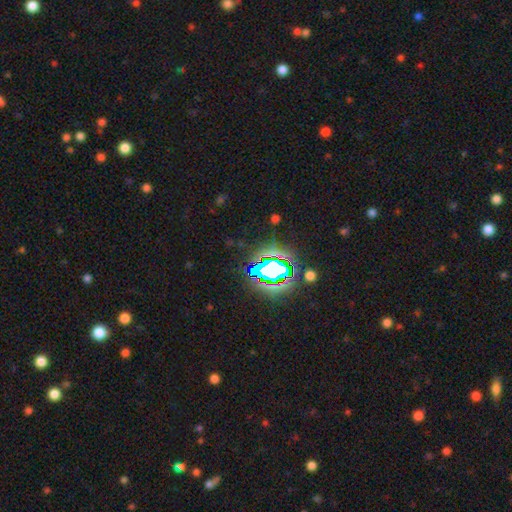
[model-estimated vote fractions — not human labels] Smooth or featured? star or artifact (82%)